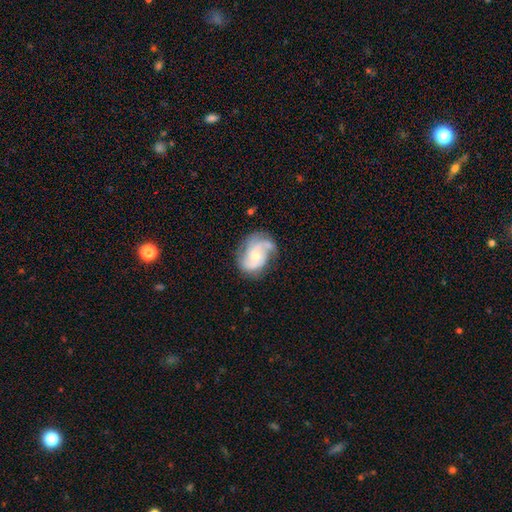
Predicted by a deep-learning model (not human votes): The model was most divided on "bulge size": small: 50%, moderate: 44%, large: 3%, none: 2%, dominant: 1%. Remaining: edge-on disk — no (97%); spiral arms — yes (92%); smooth or featured — featured or disk (76%); bar — no (72%); merging — none (56%); spiral winding — medium (45%); spiral arm count — 2 (37%).